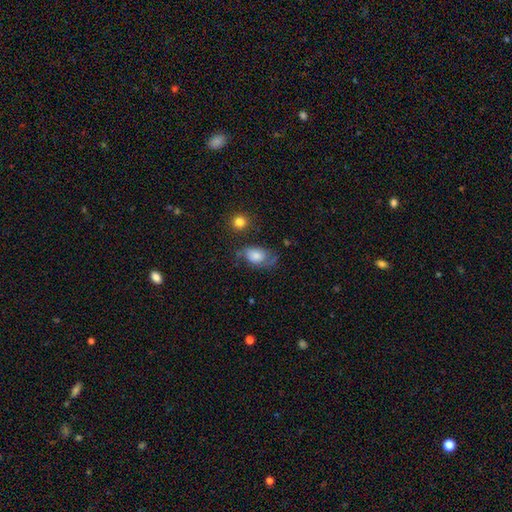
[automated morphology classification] Smooth or featured? Predicted: smooth (p=0.58). How rounded? Predicted: in between (p=0.80). Merging? Predicted: none (p=0.40).